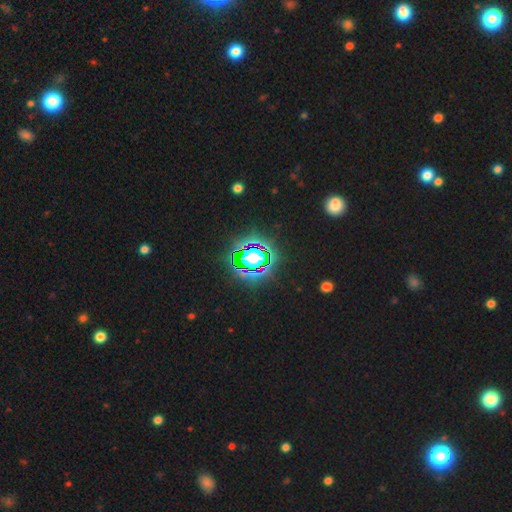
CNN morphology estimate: Overall: star or artifact (76%).